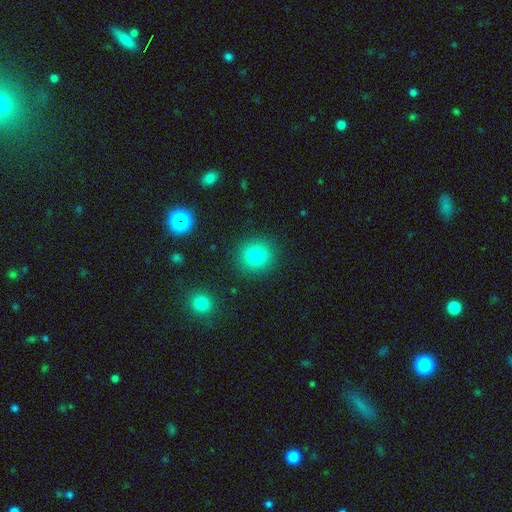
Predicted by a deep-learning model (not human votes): Overall: smooth (79%). How rounded: round (89%). Merging: none (89%).